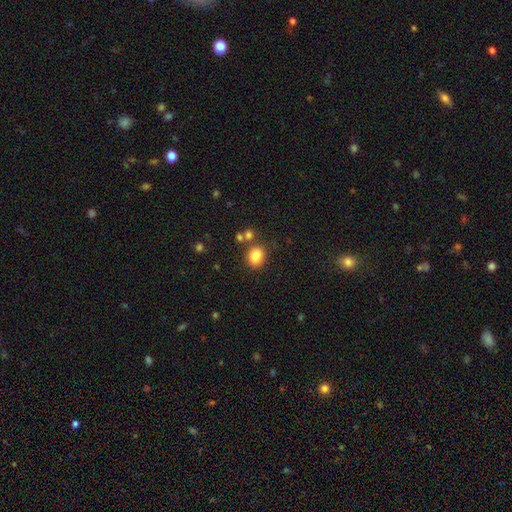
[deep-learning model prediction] Overall: smooth (85%). How rounded: in between (57%; round 42%). Merging: none (71%).